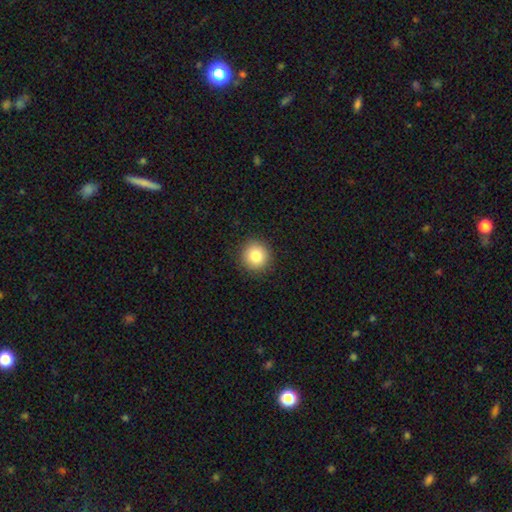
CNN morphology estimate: smooth_or_featured: smooth (p=0.84) [alt: star or artifact p=0.10]
how_rounded: round (p=0.93) [alt: in between p=0.06]
merging: none (p=0.91) [alt: minor disturbance p=0.06]